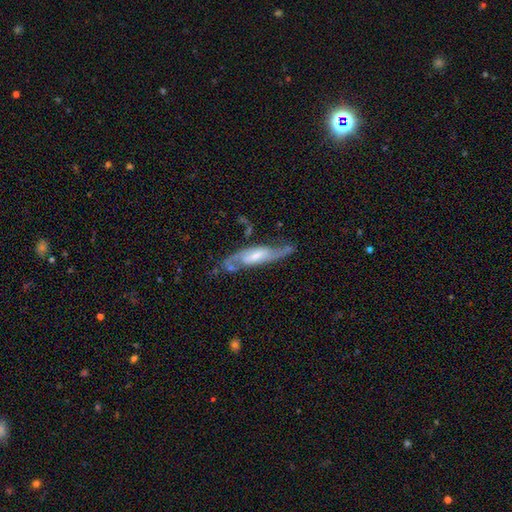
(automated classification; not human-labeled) Smooth or featured?
  - featured or disk: 84% *
  - smooth: 11%
  - star or artifact: 5%
Edge-on disk?
  - no: 82% *
  - yes: 18%
Bar?
  - weak: 46% *
  - strong: 28%
  - no: 27%
Spiral arms?
  - yes: 95% *
  - no: 5%
Spiral winding?
  - medium: 49% *
  - loose: 32%
  - tight: 19%
Spiral arm count?
  - 2: 89% *
  - can't tell: 5%
  - 1: 2%
  - 3: 2%
  - 4: 1%
  - more than 4: 1%
Bulge size?
  - small: 43% *
  - moderate: 42%
  - large: 7%
  - none: 7%
  - dominant: 1%
Merging?
  - none: 70% *
  - minor disturbance: 18%
  - major disturbance: 8%
  - merger: 3%